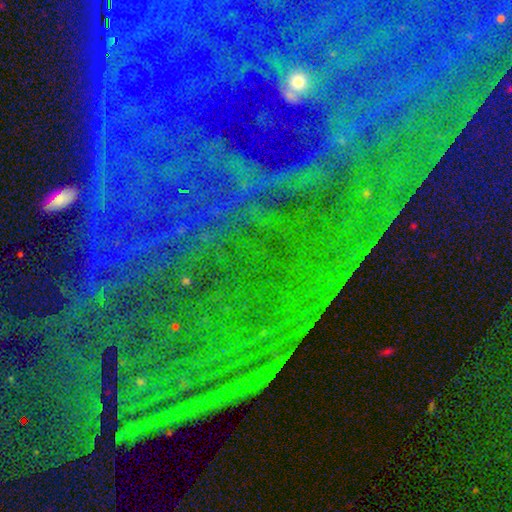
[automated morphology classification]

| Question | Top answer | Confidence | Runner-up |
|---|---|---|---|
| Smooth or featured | star or artifact | 84% | featured or disk (10%) |